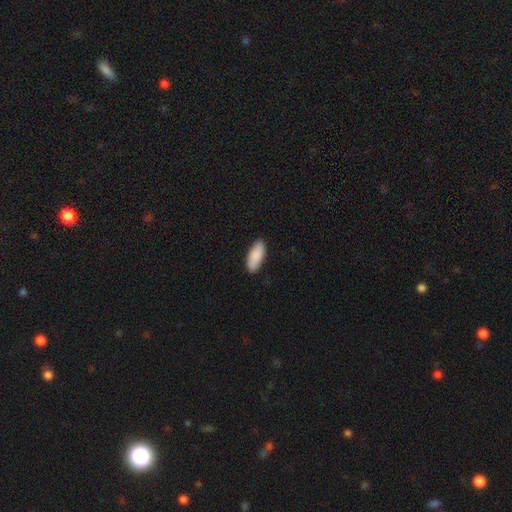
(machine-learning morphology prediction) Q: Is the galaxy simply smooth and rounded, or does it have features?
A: smooth — 89%.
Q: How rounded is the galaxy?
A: in between — 80%.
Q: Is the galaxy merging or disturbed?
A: none — 88%.